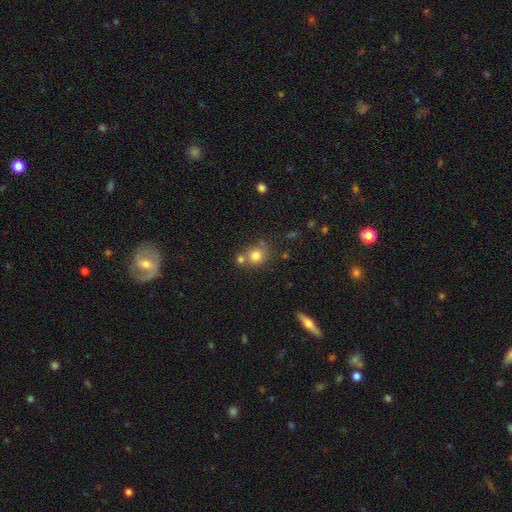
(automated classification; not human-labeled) The model was most divided on "merging": none: 56%, merger: 29%, minor disturbance: 11%, major disturbance: 4%. More confident: how rounded — round (82%); smooth or featured — smooth (79%).